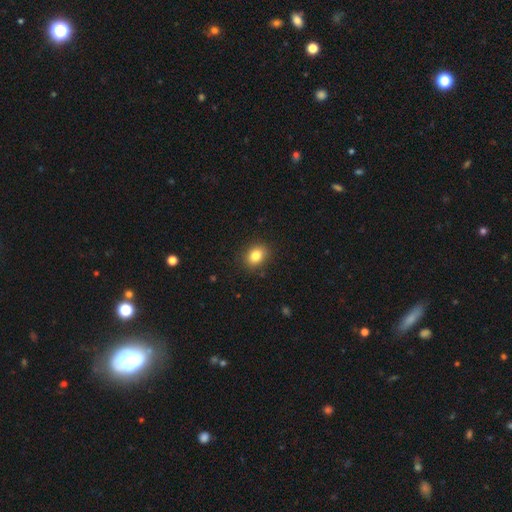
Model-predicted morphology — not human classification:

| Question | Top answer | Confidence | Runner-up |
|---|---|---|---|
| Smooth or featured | smooth | 83% | star or artifact (10%) |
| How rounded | round | 51% | in between (49%) |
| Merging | none | 88% | minor disturbance (8%) |